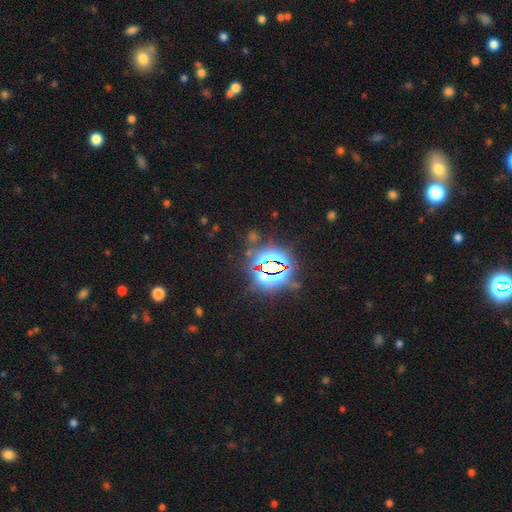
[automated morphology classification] smooth-or-featured: star or artifact: 85% | smooth: 9% | featured or disk: 6%